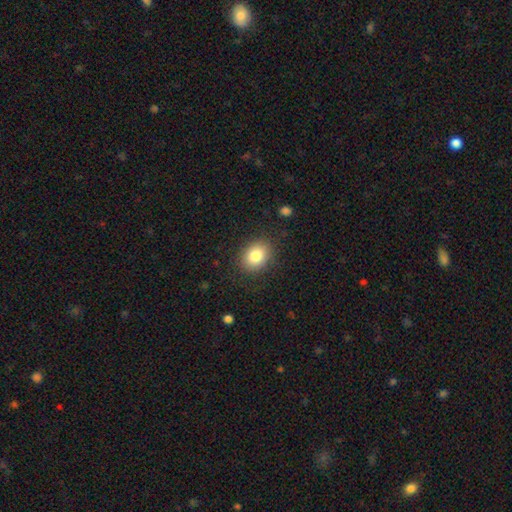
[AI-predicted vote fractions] Smooth or featured? smooth (84%)
How rounded? in between (58%)
Merging? none (86%)